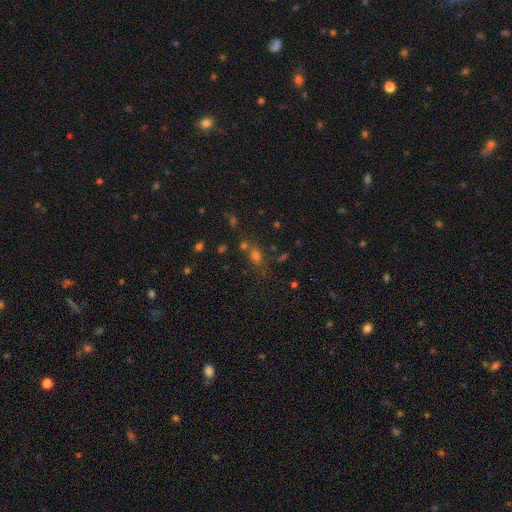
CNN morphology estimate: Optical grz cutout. It shows a smooth galaxy with no disk features (59%) that is in between round and cigar-shaped (50%). Merging: none (57%).